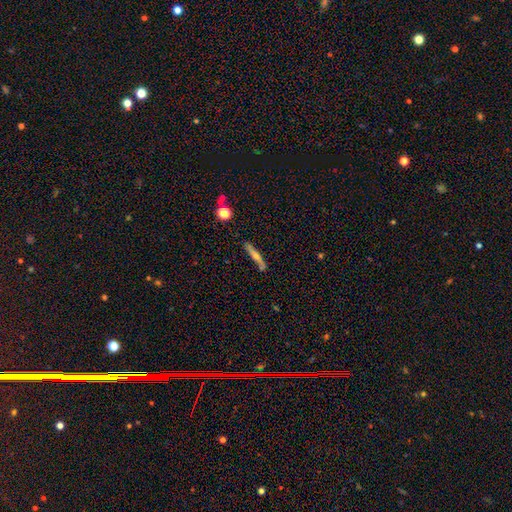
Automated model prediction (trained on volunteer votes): Q: Smooth or featured?
A: featured or disk (57%); runner-up: smooth (35%)
Q: Edge-on disk?
A: yes (91%); runner-up: no (9%)
Q: Edge-on bulge?
A: rounded (79%); runner-up: none (16%)
Q: Merging?
A: none (77%); runner-up: minor disturbance (16%)